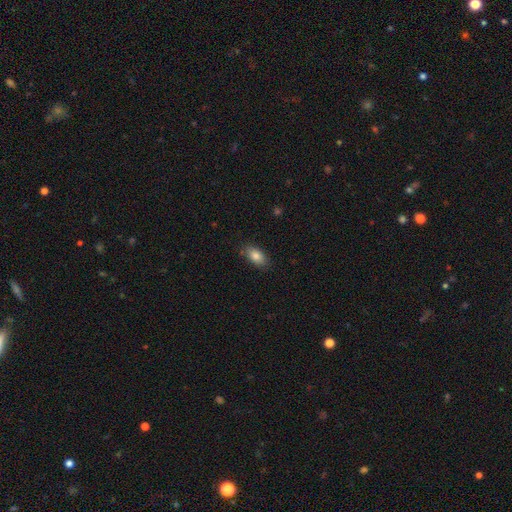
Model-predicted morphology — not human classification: This is clearly a smooth galaxy (84%). How rounded: clearly in between (90%). Merging: clearly none (84%).